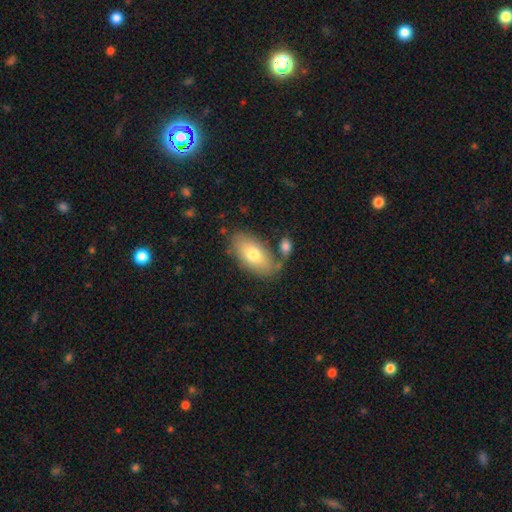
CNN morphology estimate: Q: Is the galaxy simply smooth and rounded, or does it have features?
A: smooth — 65%.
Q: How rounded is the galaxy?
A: in between — 90%.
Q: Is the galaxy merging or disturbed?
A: none — 73%.